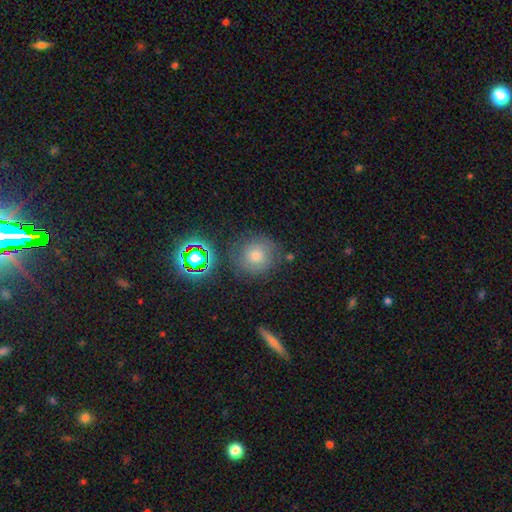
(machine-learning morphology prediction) This appears to be a smooth galaxy with no disk features (53%) that is round (92%). Merging: none (78%).